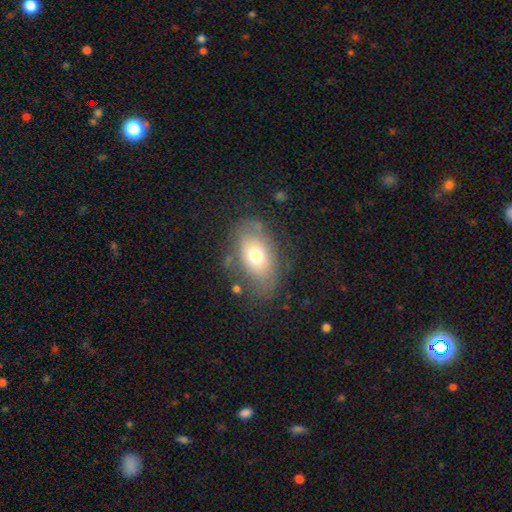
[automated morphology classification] smooth-or-featured: smooth: 63% | featured or disk: 27% | star or artifact: 10%
  how-rounded: in between: 85% | round: 13% | cigar-shaped: 2%
  merging: none: 68% | minor disturbance: 20% | major disturbance: 10% | merger: 2%